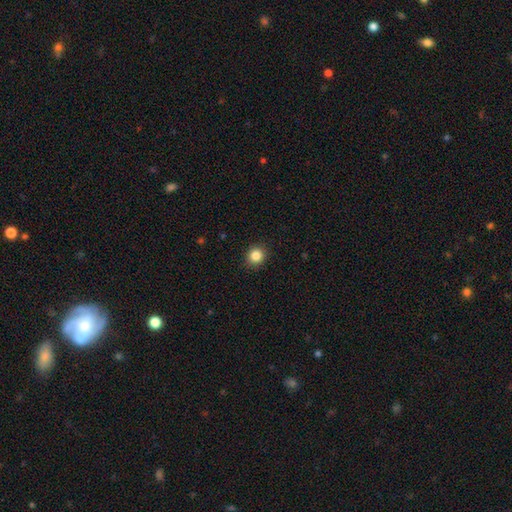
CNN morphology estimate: Smooth or featured? smooth (85%)
How rounded? round (87%)
Merging? none (91%)